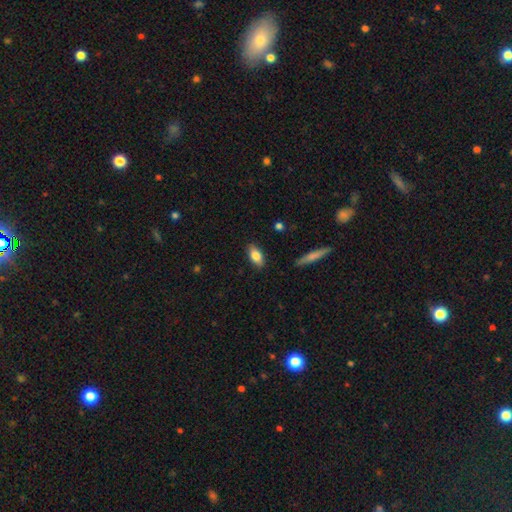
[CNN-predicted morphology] Smooth or featured?
  - smooth: 77% *
  - featured or disk: 16%
  - star or artifact: 7%
How rounded?
  - in between: 84% *
  - cigar-shaped: 13%
  - round: 3%
Merging?
  - none: 87% *
  - minor disturbance: 9%
  - major disturbance: 2%
  - merger: 1%